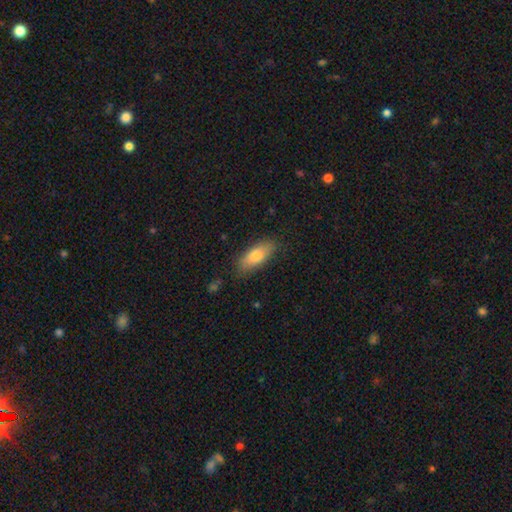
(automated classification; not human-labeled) This appears to be a smooth galaxy with no disk features (79%) that is in between round and cigar-shaped (76%). Merging: none (82%).